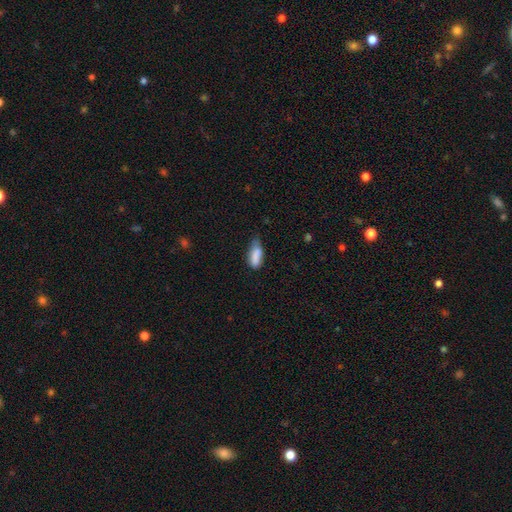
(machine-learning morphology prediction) Smooth or featured? smooth (83%)
How rounded? in between (74%)
Merging? none (43%)